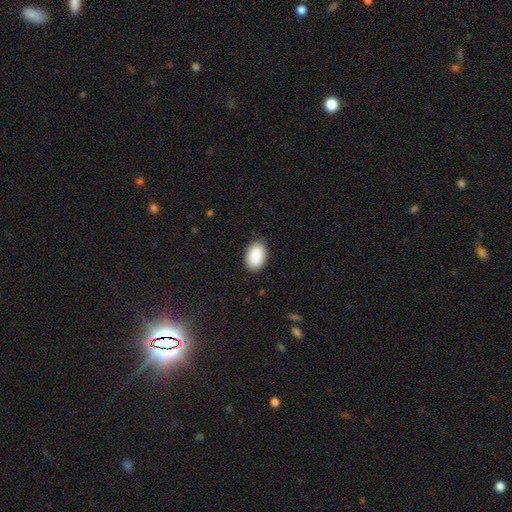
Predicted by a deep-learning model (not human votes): Smooth or featured? smooth (91%)
How rounded? in between (92%)
Merging? none (88%)